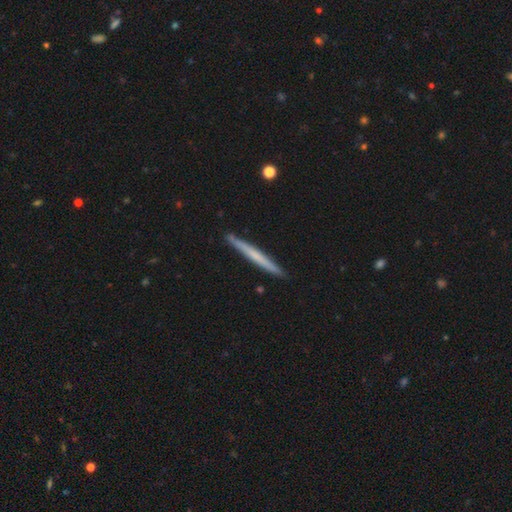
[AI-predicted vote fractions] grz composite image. It shows a featured or disk galaxy (49%). Merging: none (91%).